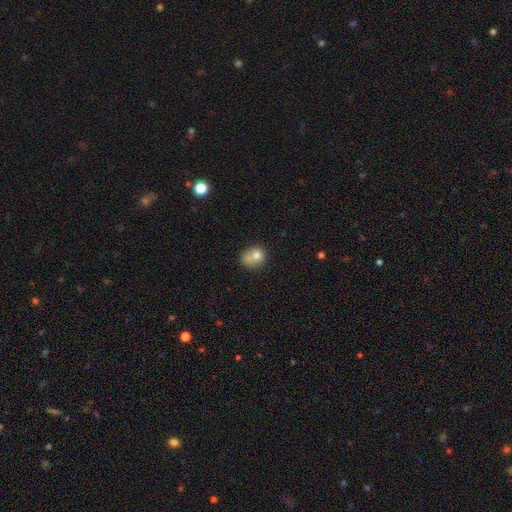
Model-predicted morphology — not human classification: The model was most divided on "merging": none: 42%, merger: 26%, minor disturbance: 22%, major disturbance: 10%. More confident: smooth or featured — smooth (74%); how rounded — round (64%).